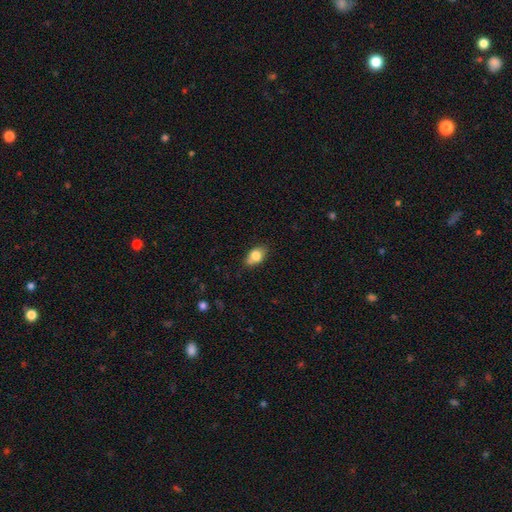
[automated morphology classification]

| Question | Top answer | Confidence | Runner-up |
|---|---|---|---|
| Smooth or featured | smooth | 79% | featured or disk (12%) |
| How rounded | in between | 82% | round (15%) |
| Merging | none | 69% | minor disturbance (22%) |